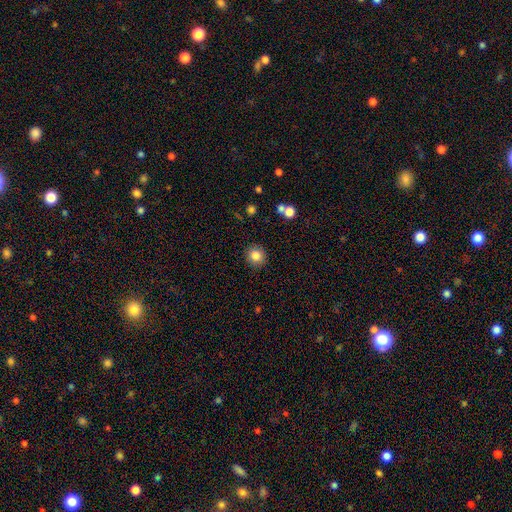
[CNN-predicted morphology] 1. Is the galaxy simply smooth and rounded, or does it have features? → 83% smooth, 10% star or artifact, 7% featured or disk.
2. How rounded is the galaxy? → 90% round, 9% in between, 1% cigar-shaped.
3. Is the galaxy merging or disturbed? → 90% none, 7% minor disturbance, 2% major disturbance, 2% merger.